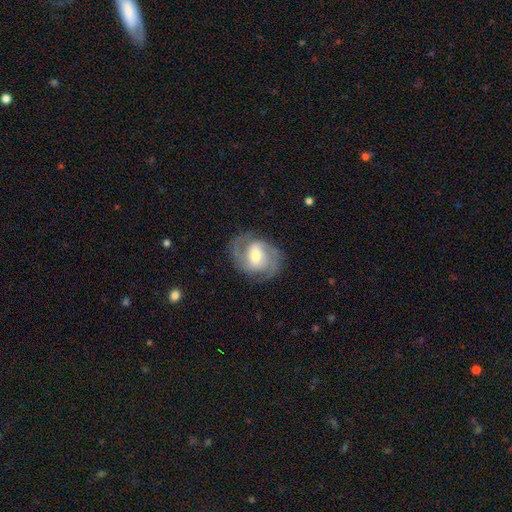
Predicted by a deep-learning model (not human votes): Overall: featured or disk (80%). Edge-on disk: no (97%). Bar: weak (50%; no 26%). Spiral arms: yes (93%). Spiral arm count: 2 (80%). Spiral winding: medium (51%; tight 34%). Bulge size: moderate (61%; small 25%). Merging: none (77%).